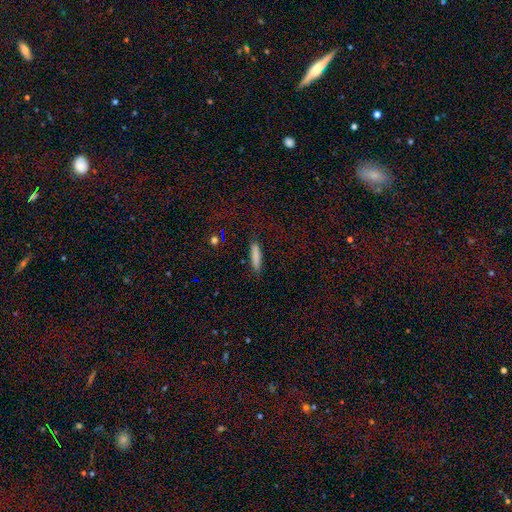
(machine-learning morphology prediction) Smooth or featured?
  - smooth: 82% *
  - featured or disk: 10%
  - star or artifact: 8%
How rounded?
  - cigar-shaped: 83% *
  - in between: 15%
  - round: 2%
Merging?
  - none: 85% *
  - minor disturbance: 11%
  - major disturbance: 3%
  - merger: 1%